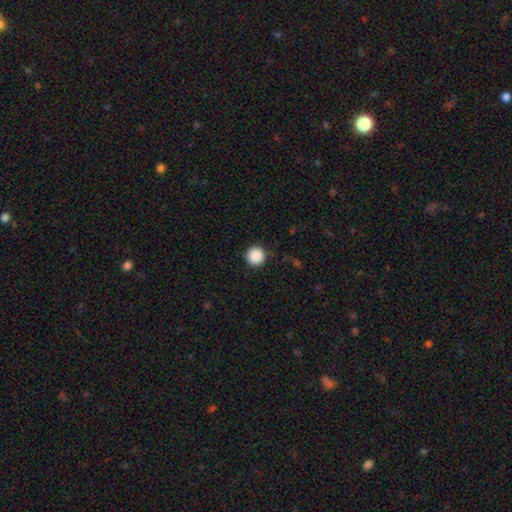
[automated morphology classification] Smooth or featured? Predicted: smooth (p=0.89). How rounded? Predicted: round (p=0.96). Merging? Predicted: none (p=0.91).